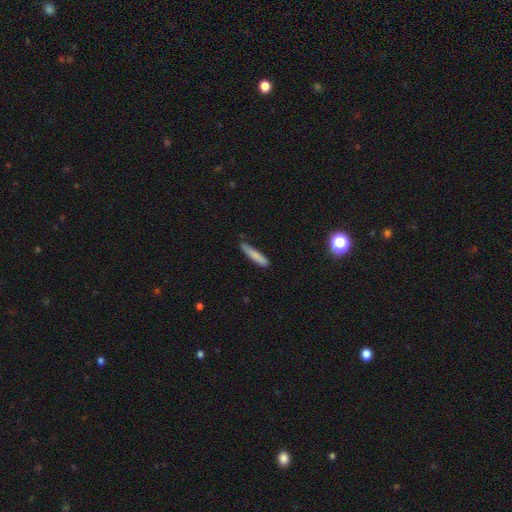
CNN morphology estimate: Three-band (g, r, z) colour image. It shows a smooth galaxy with no disk features (81%) that is cigar-shaped (90%). Merging: none (74%).